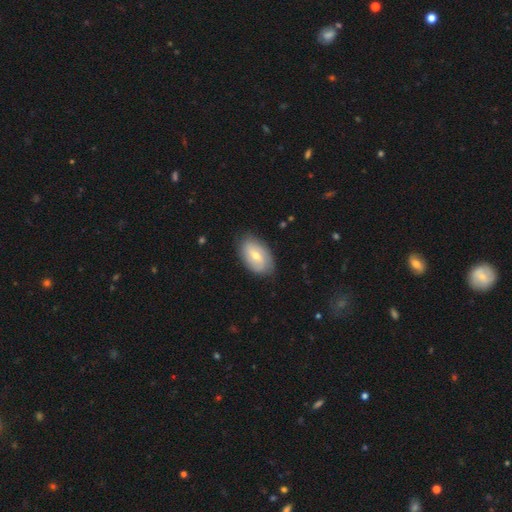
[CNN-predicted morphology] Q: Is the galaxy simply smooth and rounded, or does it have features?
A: smooth — 52%.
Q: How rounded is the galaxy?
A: in between — 92%.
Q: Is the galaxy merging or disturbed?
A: none — 82%.